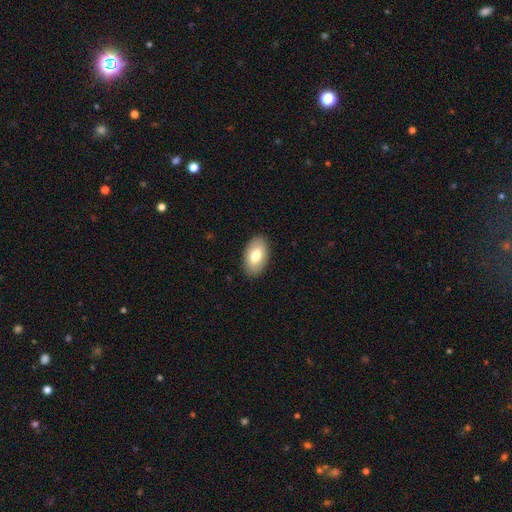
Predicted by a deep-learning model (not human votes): The model was most divided on "smooth or featured": smooth: 76%, featured or disk: 18%, star or artifact: 6%. More confident: how rounded — in between (94%); merging — none (88%).